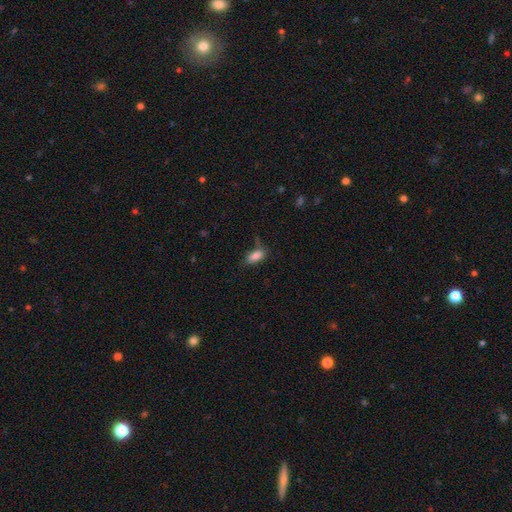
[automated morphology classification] Smooth or featured? Predicted: smooth (p=0.85). How rounded? Predicted: in between (p=0.85). Merging? Predicted: none (p=0.65).